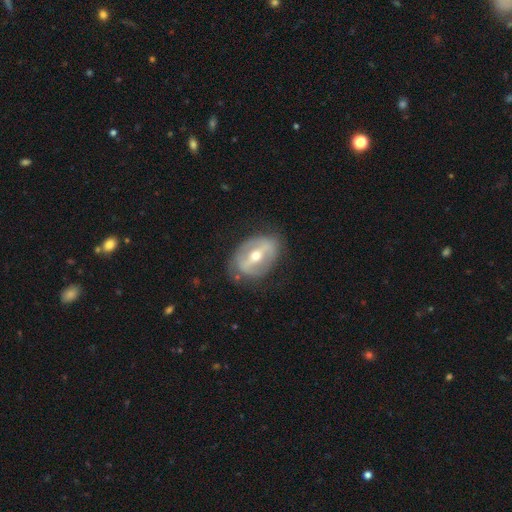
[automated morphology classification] Smooth or featured? featured or disk (75%)
Edge-on disk? no (90%)
Bar? strong (67%)
Spiral arms? no (58%)
Bulge size? moderate (61%)
Merging? none (75%)